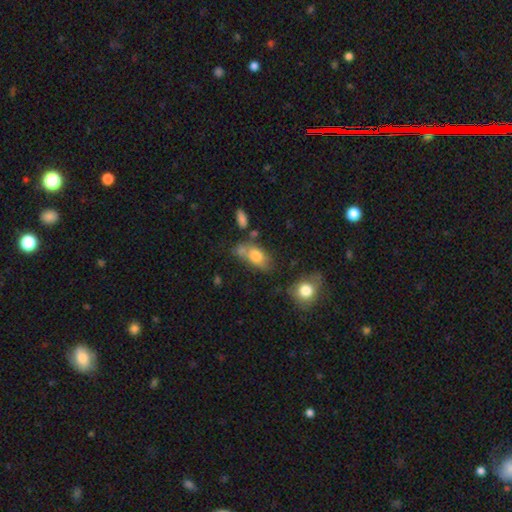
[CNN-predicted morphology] A smooth galaxy with no disk features (74%) that is in between round and cigar-shaped (82%).

Vote fractions:
- Smooth or featured? smooth: 74% / featured or disk: 18% / star or artifact: 8%
- How rounded? in between: 82% / round: 11% / cigar-shaped: 6%
- Merging? none: 41% / merger: 27% / minor disturbance: 22% / major disturbance: 10%